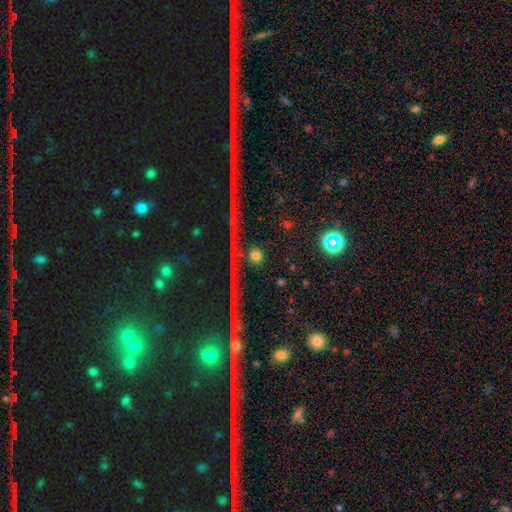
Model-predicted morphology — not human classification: Overall: smooth (56%; star or artifact 36%). How rounded: round (88%). Merging: none (83%).